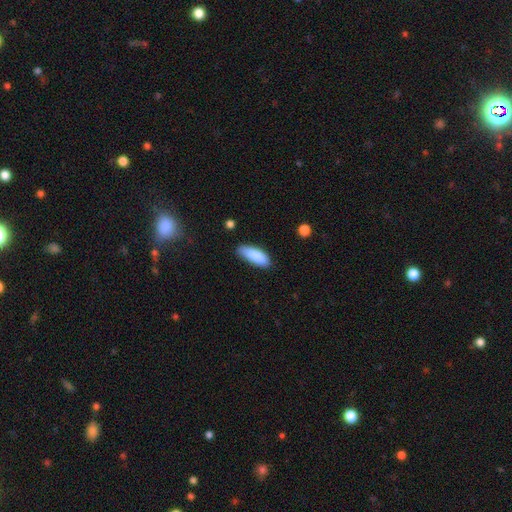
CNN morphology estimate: The model was most divided on "how rounded": in between: 63%, cigar-shaped: 36%, round: 2%. More confident: smooth or featured — smooth (87%); merging — none (76%).